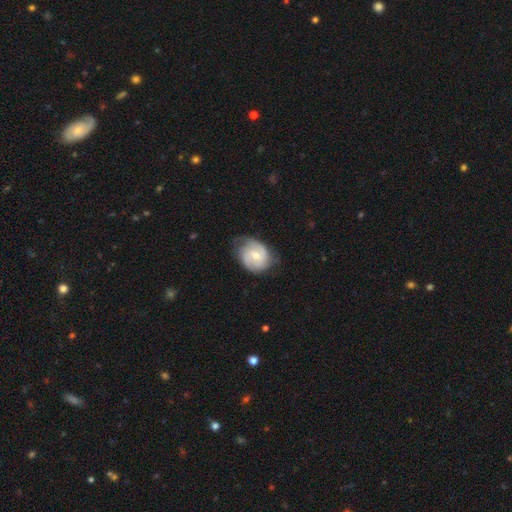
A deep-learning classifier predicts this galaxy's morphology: Overall: featured or disk (64%; smooth 30%). Edge-on disk: no (97%). Bar: no (52%; weak 41%). Spiral arms: yes (89%). Spiral arm count: 2 (63%). Spiral winding: tight (43%; medium 41%). Bulge size: moderate (54%; small 41%). Merging: none (59%; minor disturbance 30%).